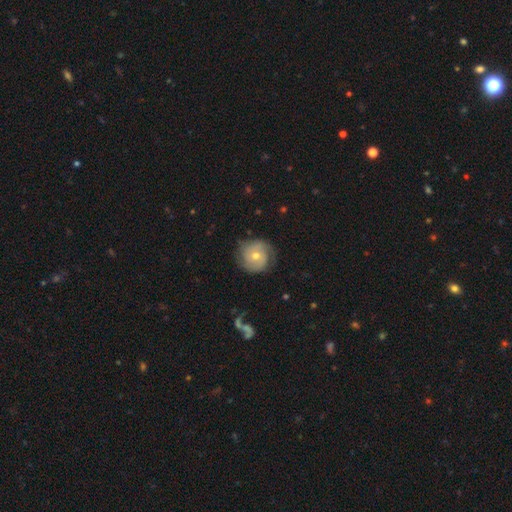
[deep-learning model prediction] Smooth or featured? featured or disk (67%)
Edge-on disk? no (97%)
Bar? no (75%)
Spiral arms? yes (89%)
Spiral winding? tight (56%)
Spiral arm count? 2 (45%)
Bulge size? moderate (61%)
Merging? none (76%)